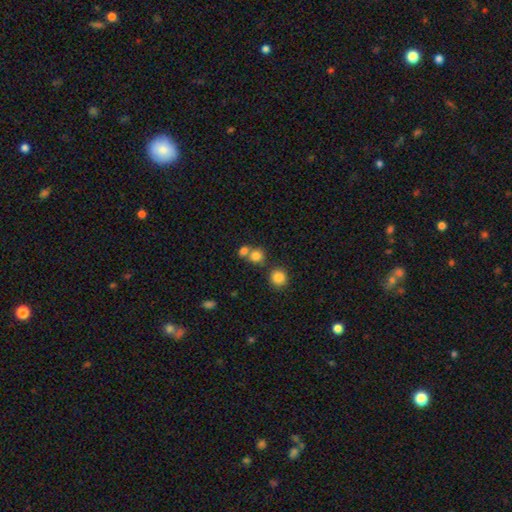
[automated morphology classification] smooth 79%, star or artifact 13%, featured or disk 8%. Down the decision tree: how rounded — round (81%); merging — none (53%).